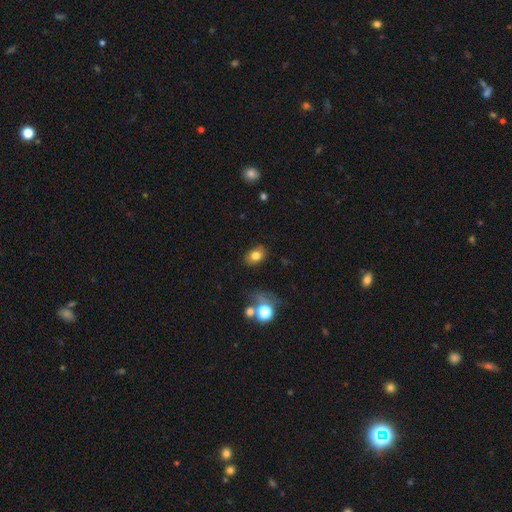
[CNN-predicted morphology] A smooth galaxy with no disk features (78%) that is in between round and cigar-shaped (68%). Merging: none (78%).